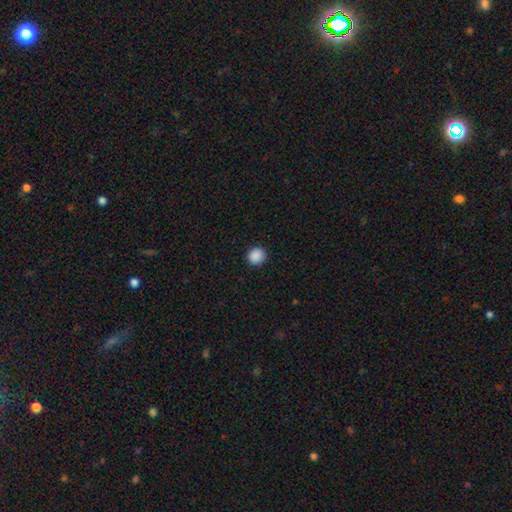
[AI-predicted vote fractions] Morphology: type=smooth (89%); roundness=round (84%); merging=none (91%).